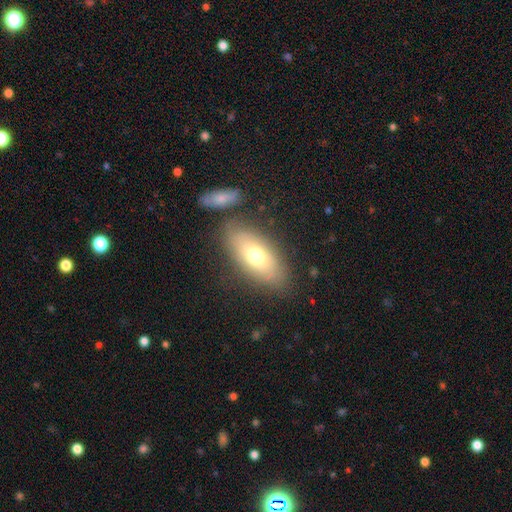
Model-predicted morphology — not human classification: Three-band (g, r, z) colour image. It shows a smooth galaxy with no disk features (67%) that is in between round and cigar-shaped (85%). Merging: none (75%).